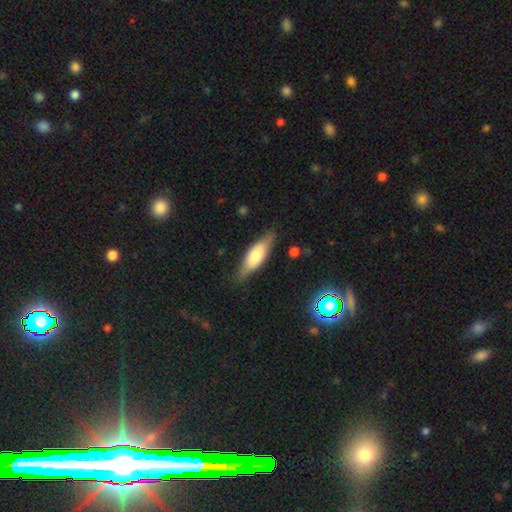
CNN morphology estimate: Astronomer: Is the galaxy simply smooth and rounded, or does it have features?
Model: smooth — 62%.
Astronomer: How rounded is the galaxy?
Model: in between — 59% (runner-up: cigar-shaped, 39%).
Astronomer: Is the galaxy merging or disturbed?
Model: none — 77%.